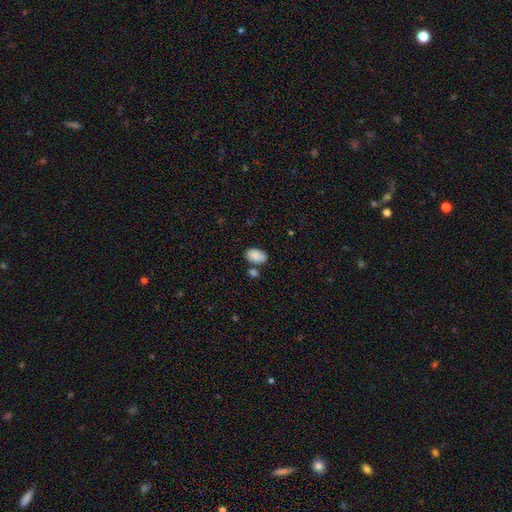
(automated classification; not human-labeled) A smooth galaxy with no disk features (87%) that is in between round and cigar-shaped (91%). Merging: none (63%).